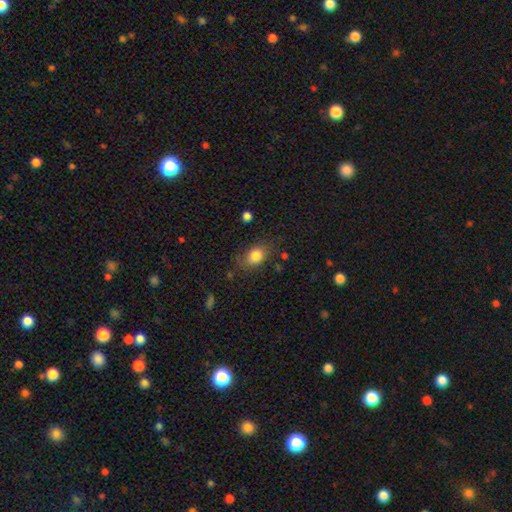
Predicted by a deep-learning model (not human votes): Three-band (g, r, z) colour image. It shows a smooth galaxy with no disk features (82%) that is in between round and cigar-shaped (74%). Merging: none (72%).